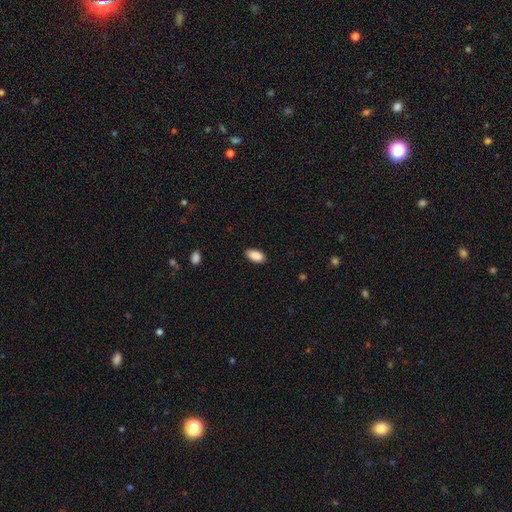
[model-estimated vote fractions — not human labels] Smooth or featured? Predicted: smooth (p=0.89). How rounded? Predicted: in between (p=0.93). Merging? Predicted: none (p=0.87).